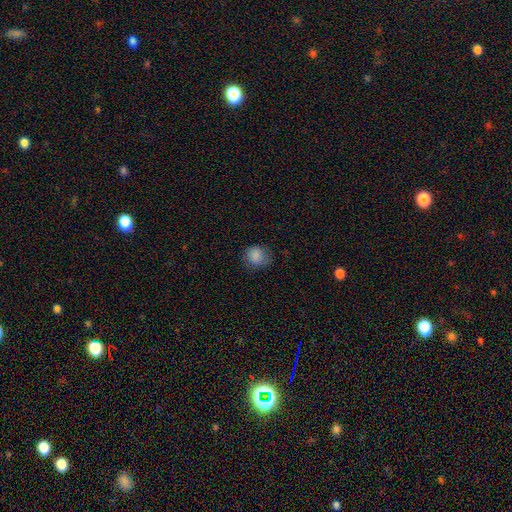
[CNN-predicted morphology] type=smooth (85%); roundness=round (76%); merging=none (72%).